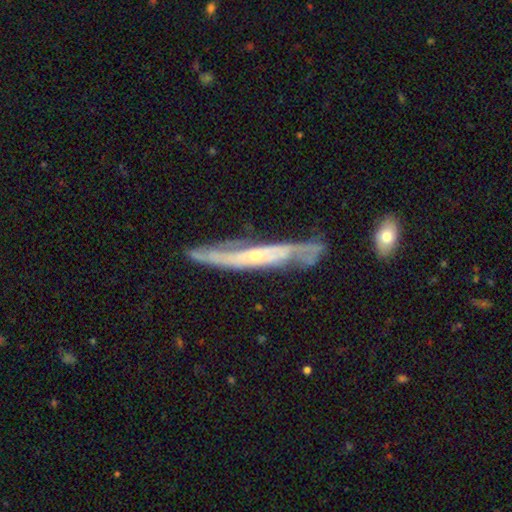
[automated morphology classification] A featured or disk galaxy (82%) viewed edge-on (60%). Merging: none (69%).